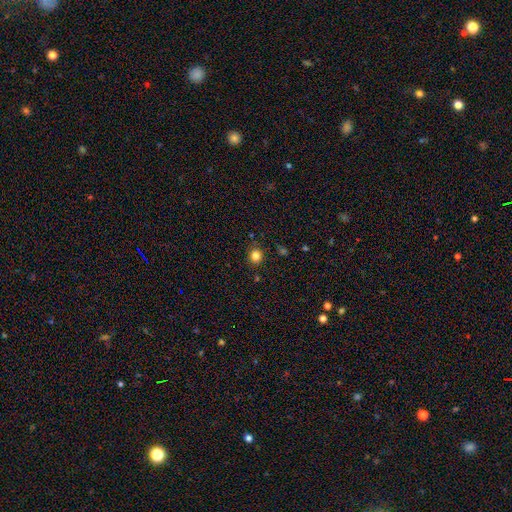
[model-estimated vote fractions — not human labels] smooth 82%, star or artifact 13%, featured or disk 5%. Down the decision tree: how rounded — round (85%); merging — none (86%).